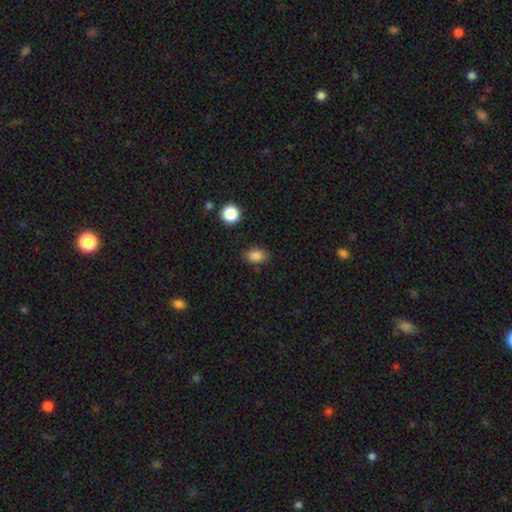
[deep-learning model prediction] smooth_or_featured: smooth (p=0.85) [alt: star or artifact p=0.11]
how_rounded: in between (p=0.78) [alt: round p=0.20]
merging: none (p=0.83) [alt: minor disturbance p=0.12]